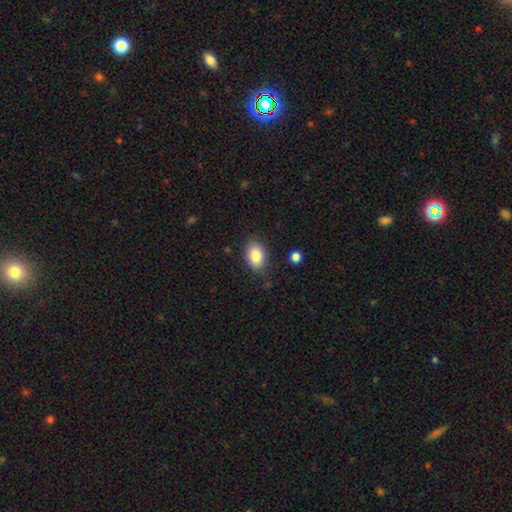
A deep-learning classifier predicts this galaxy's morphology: Smooth or featured? smooth (85%)
How rounded? in between (79%)
Merging? none (83%)